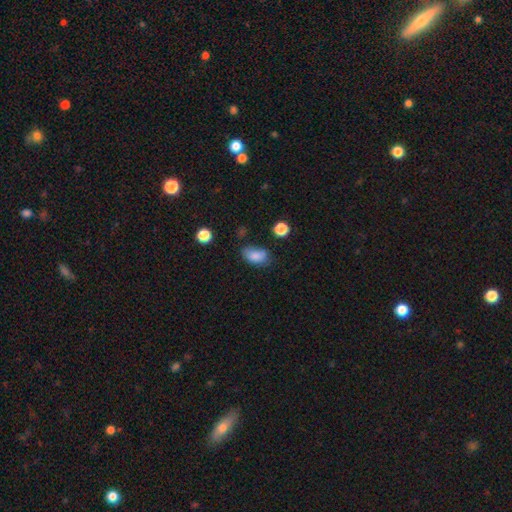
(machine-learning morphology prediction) This appears to be a smooth galaxy with no disk features (83%) that is in between round and cigar-shaped (88%). Merging: none (56%).